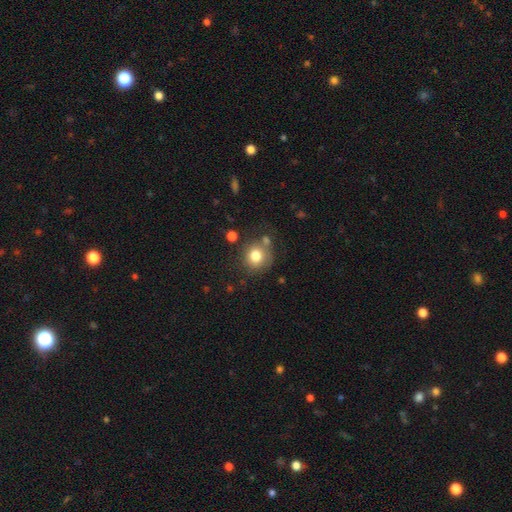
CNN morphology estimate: Smooth or featured?
  - smooth: 79% *
  - star or artifact: 11%
  - featured or disk: 11%
How rounded?
  - round: 88% *
  - in between: 11%
  - cigar-shaped: 1%
Merging?
  - none: 67% *
  - minor disturbance: 15%
  - merger: 12%
  - major disturbance: 6%